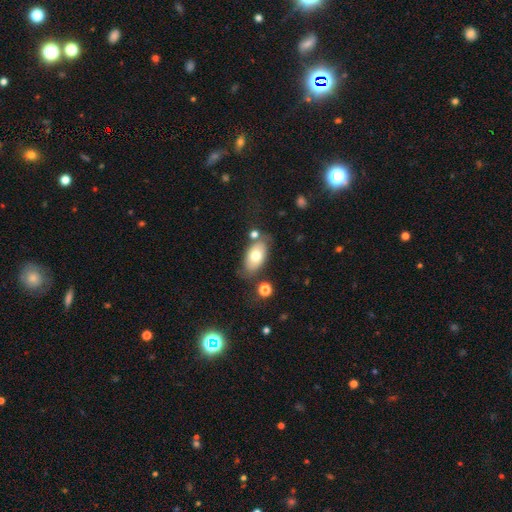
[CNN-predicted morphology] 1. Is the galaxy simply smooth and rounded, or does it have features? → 69% smooth, 23% featured or disk, 7% star or artifact.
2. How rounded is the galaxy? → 92% in between, 5% round, 2% cigar-shaped.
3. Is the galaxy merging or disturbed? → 66% none, 18% minor disturbance, 9% merger, 7% major disturbance.